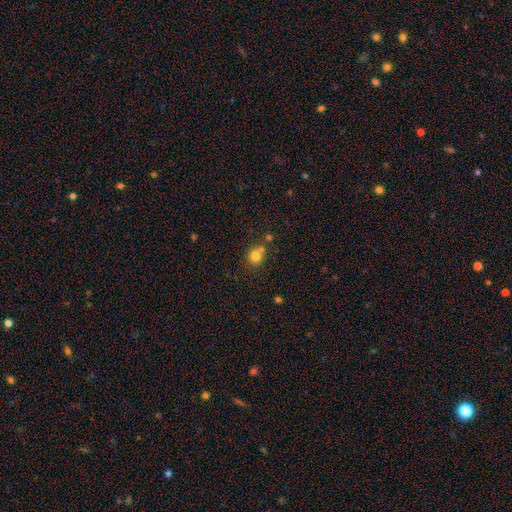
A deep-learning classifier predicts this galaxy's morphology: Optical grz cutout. It shows a smooth galaxy with no disk features (79%) that is round (85%). Merging: none (58%).